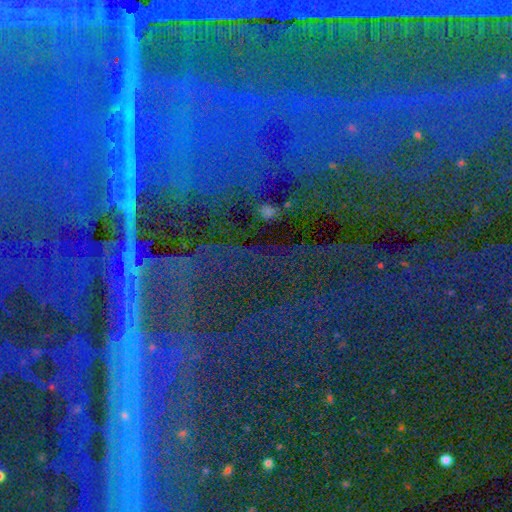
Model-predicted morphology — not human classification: smooth-or-featured: star or artifact: 89% | featured or disk: 6% | smooth: 5%